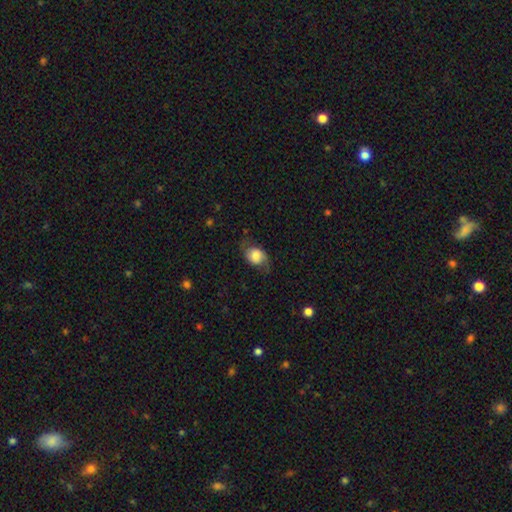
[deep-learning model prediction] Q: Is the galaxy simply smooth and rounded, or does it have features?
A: smooth — 51%.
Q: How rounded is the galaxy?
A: in between — 59%.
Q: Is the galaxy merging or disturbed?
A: none — 66%.